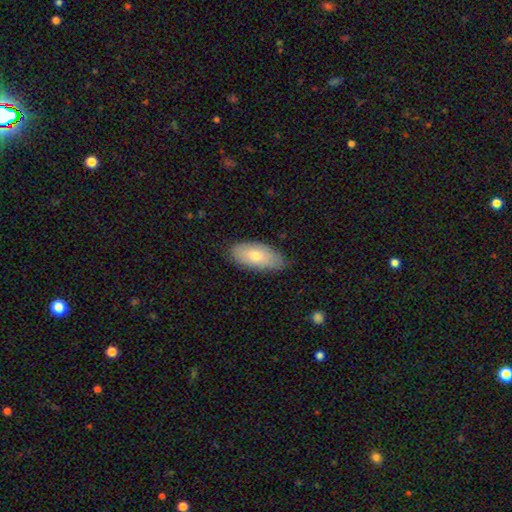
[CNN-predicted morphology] smooth_or_featured: smooth (p=0.73) [alt: featured or disk p=0.20]
how_rounded: in between (p=0.89) [alt: cigar-shaped p=0.09]
merging: none (p=0.78) [alt: minor disturbance p=0.18]